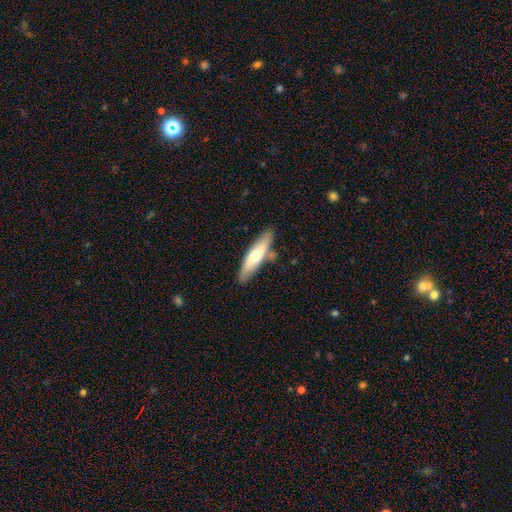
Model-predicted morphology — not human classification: A smooth galaxy with no disk features (55%) that is cigar-shaped (72%). Merging: none (76%).